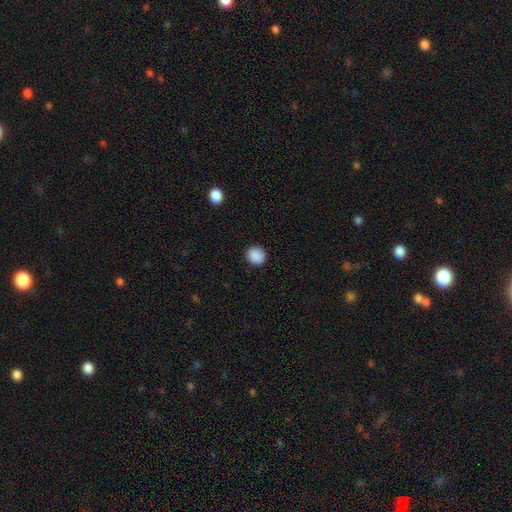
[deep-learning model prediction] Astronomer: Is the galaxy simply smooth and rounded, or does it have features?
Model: smooth — 89%.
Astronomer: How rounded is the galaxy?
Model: round — 85%.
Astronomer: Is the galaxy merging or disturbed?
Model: none — 90%.